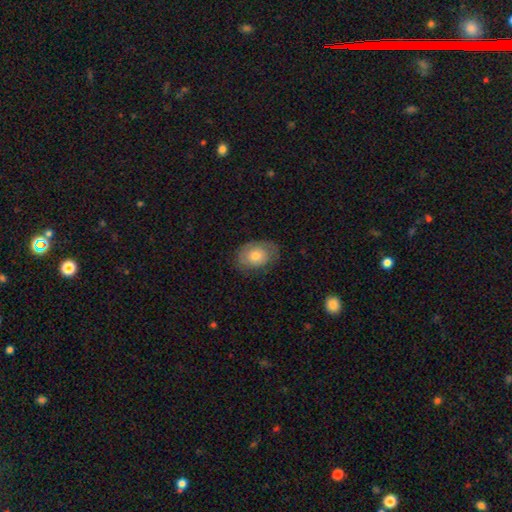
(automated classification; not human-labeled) smooth_or_featured: smooth (p=0.63) [alt: featured or disk p=0.30]
how_rounded: in between (p=0.77) [alt: round p=0.22]
merging: none (p=0.69) [alt: minor disturbance p=0.22]